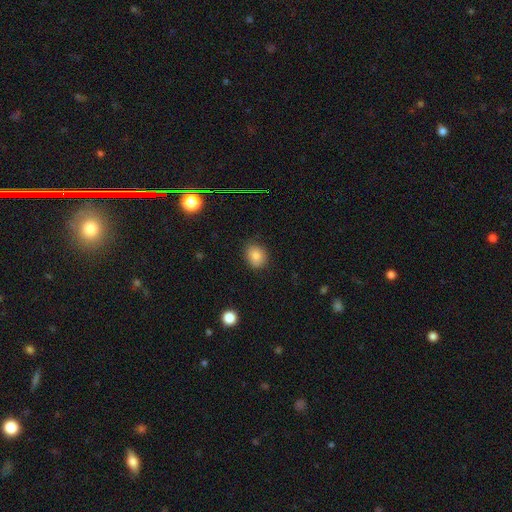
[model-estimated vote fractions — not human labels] Smooth or featured? Predicted: smooth (p=0.84). How rounded? Predicted: round (p=0.59). Merging? Predicted: none (p=0.84).